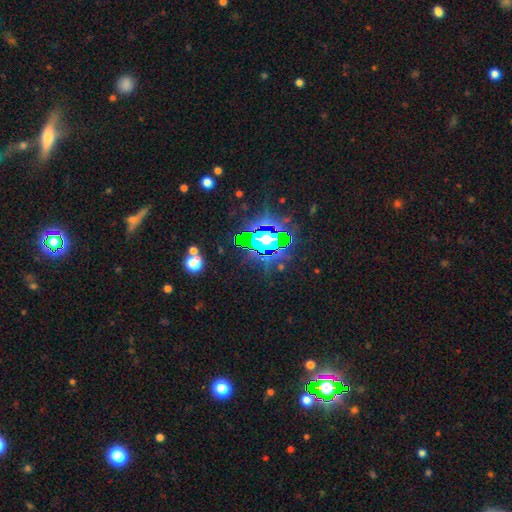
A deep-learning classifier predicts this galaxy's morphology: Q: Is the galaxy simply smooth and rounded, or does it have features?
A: star or artifact — 83%.